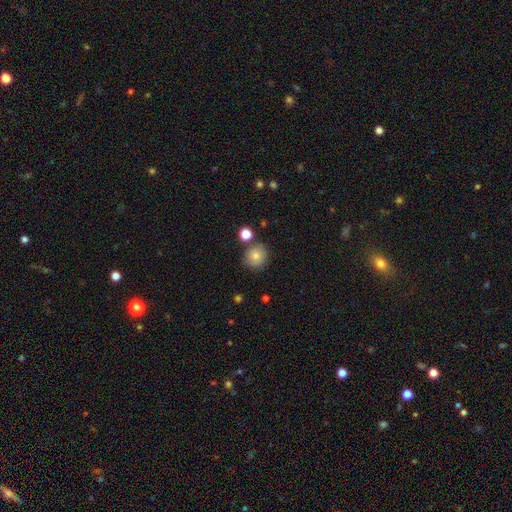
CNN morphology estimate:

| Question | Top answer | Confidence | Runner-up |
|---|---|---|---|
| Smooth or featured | smooth | 80% | featured or disk (10%) |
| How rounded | round | 88% | in between (11%) |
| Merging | none | 77% | minor disturbance (12%) |